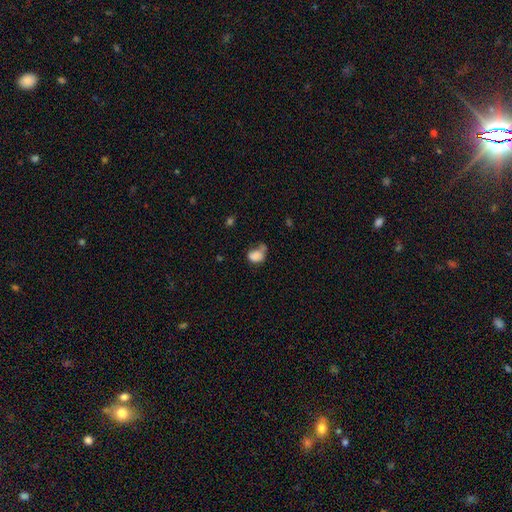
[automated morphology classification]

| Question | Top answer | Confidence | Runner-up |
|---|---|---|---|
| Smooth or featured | smooth | 80% | star or artifact (10%) |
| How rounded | in between | 64% | round (35%) |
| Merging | none | 32% | merger (27%) |